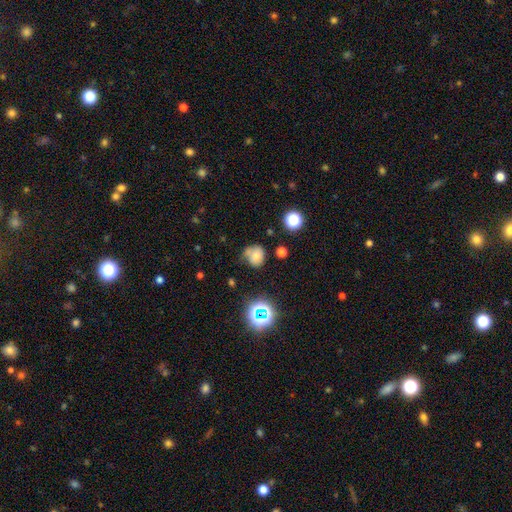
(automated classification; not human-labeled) Smooth or featured? smooth (65%)
How rounded? round (71%)
Merging? none (49%)